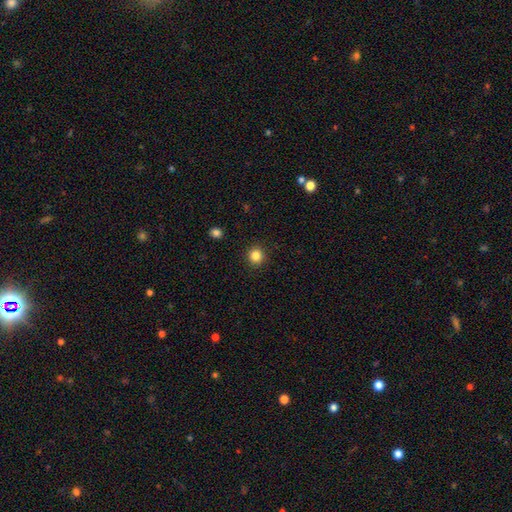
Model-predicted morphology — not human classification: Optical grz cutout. It shows a smooth galaxy with no disk features (84%) that is round (92%). Merging: none (92%).